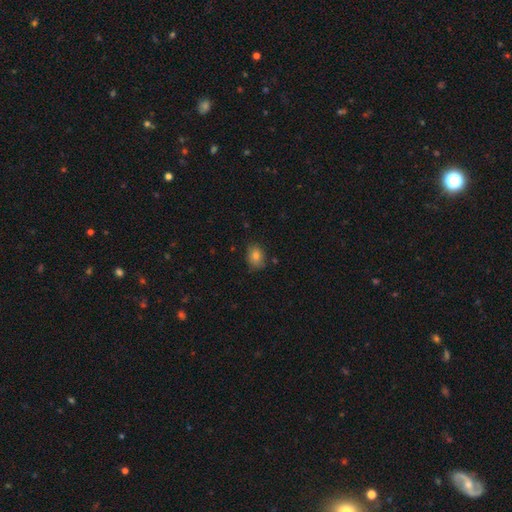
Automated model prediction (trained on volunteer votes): A smooth galaxy with no disk features (81%) that is in between round and cigar-shaped (62%).

Vote fractions:
- Smooth or featured? smooth: 81% / star or artifact: 11% / featured or disk: 9%
- How rounded? in between: 62% / round: 37% / cigar-shaped: 1%
- Merging? none: 77% / minor disturbance: 18% / major disturbance: 3% / merger: 2%